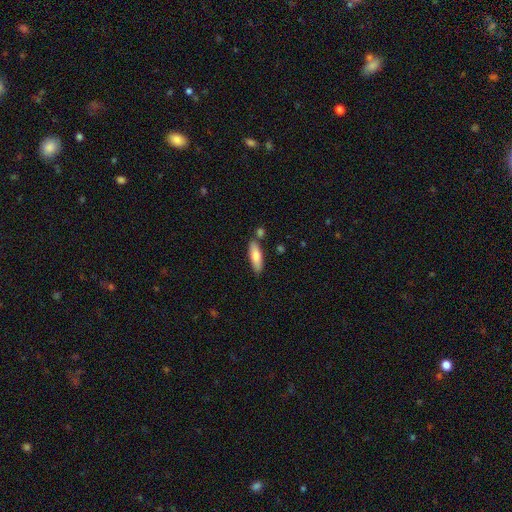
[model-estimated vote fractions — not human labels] The model was most divided on "how rounded": cigar-shaped: 51%, in between: 47%, round: 2%. More confident: merging — none (75%); smooth or featured — smooth (74%).